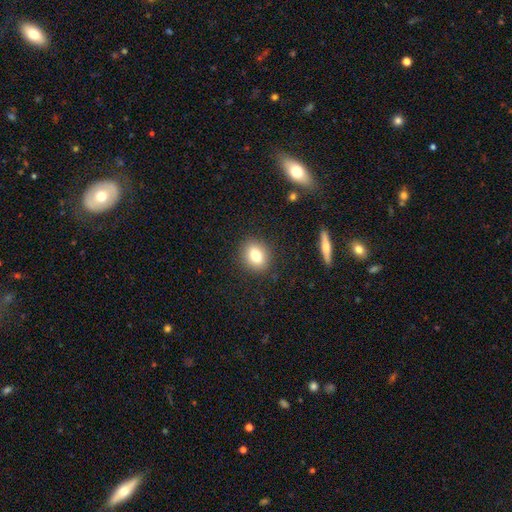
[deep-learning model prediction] smooth 78%, featured or disk 11%, star or artifact 10%. Down the decision tree: how rounded — round (60%); merging — none (89%).